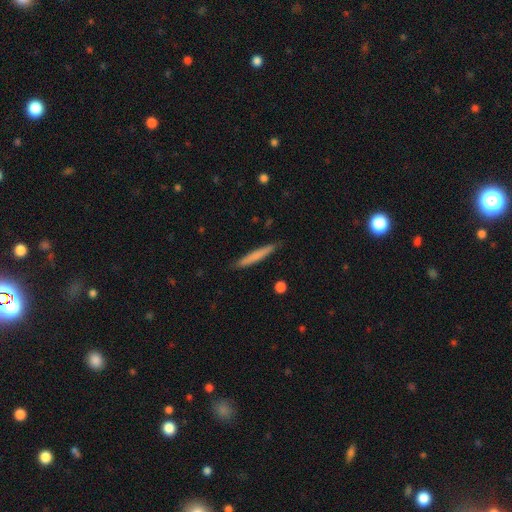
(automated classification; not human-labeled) Smooth or featured?
  - smooth: 71% *
  - featured or disk: 24%
  - star or artifact: 5%
How rounded?
  - cigar-shaped: 96% *
  - in between: 3%
  - round: 1%
Merging?
  - none: 88% *
  - minor disturbance: 9%
  - major disturbance: 2%
  - merger: 1%